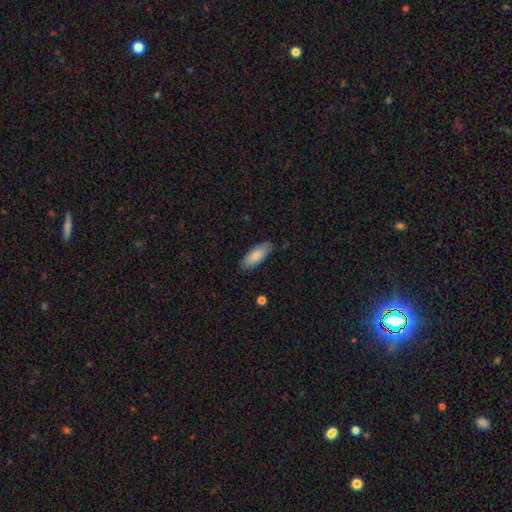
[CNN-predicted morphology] smooth-or-featured: smooth: 82% | featured or disk: 12% | star or artifact: 6%
  how-rounded: in between: 73% | cigar-shaped: 25% | round: 2%
  merging: none: 82% | minor disturbance: 14% | major disturbance: 2% | merger: 1%